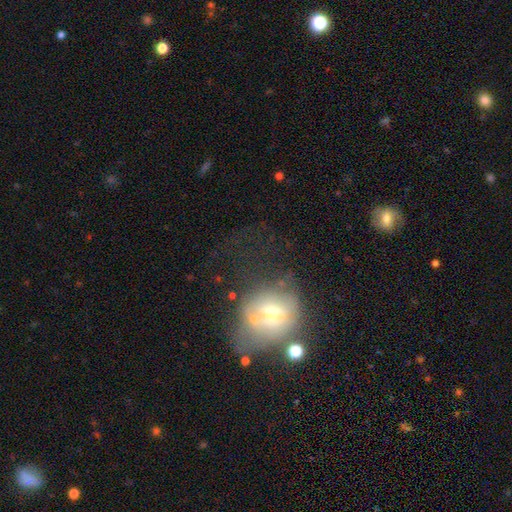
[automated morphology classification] Q: Smooth or featured?
A: smooth (43%); runner-up: featured or disk (38%)
Q: Merging?
A: none (34%); runner-up: major disturbance (33%)